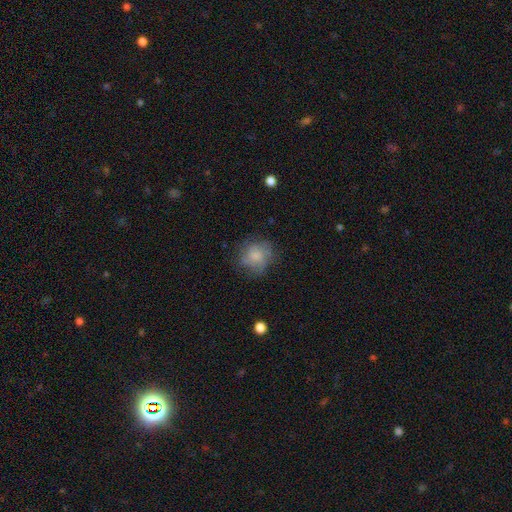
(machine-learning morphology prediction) A smooth galaxy with no disk features (57%) that is round (78%). Merging: none (64%).